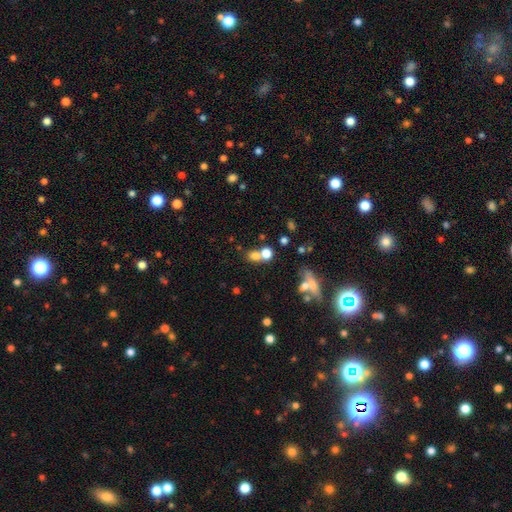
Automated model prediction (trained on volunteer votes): Smooth or featured? Predicted: smooth (p=0.70). How rounded? Predicted: round (p=0.67). Merging? Predicted: merger (p=0.46).